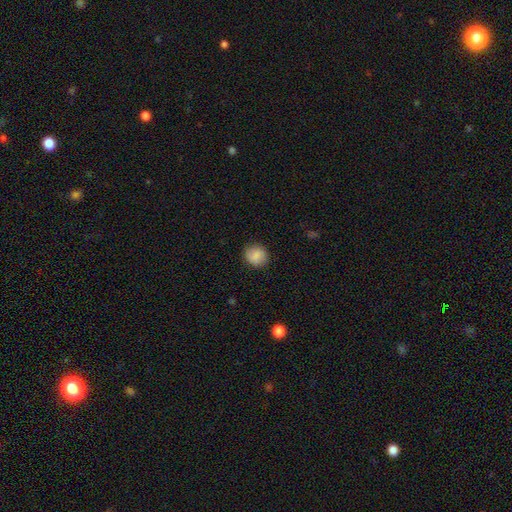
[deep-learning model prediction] Smooth or featured? Predicted: smooth (p=0.86). How rounded? Predicted: round (p=0.83). Merging? Predicted: none (p=0.87).